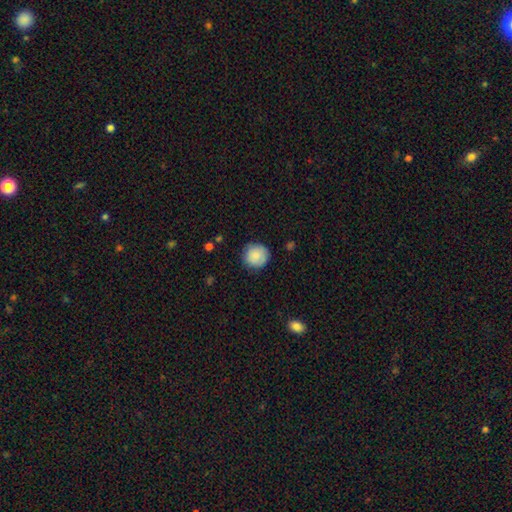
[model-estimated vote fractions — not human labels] A smooth galaxy with no disk features (86%) that is round (94%). Merging: none (84%).